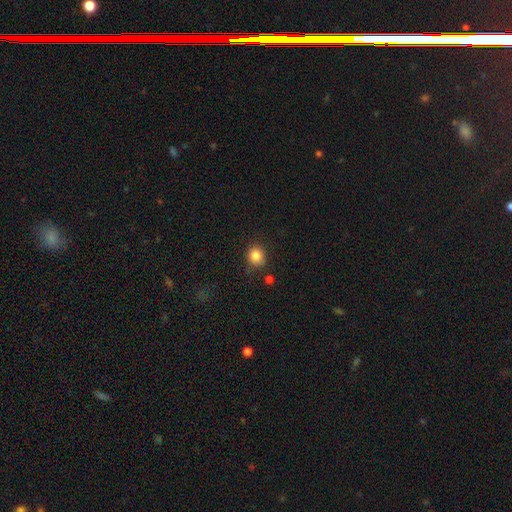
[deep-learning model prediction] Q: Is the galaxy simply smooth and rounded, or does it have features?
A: smooth — 84%.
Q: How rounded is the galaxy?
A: round — 81%.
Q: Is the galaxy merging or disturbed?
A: none — 81%.